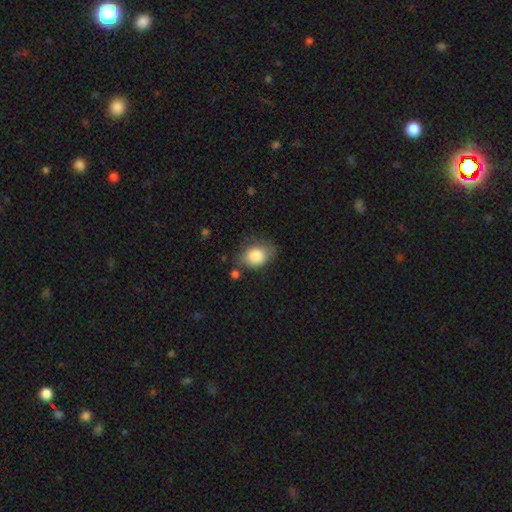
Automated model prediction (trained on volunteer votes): Morphology: type=smooth (84%); roundness=in between (65%); merging=none (59%).